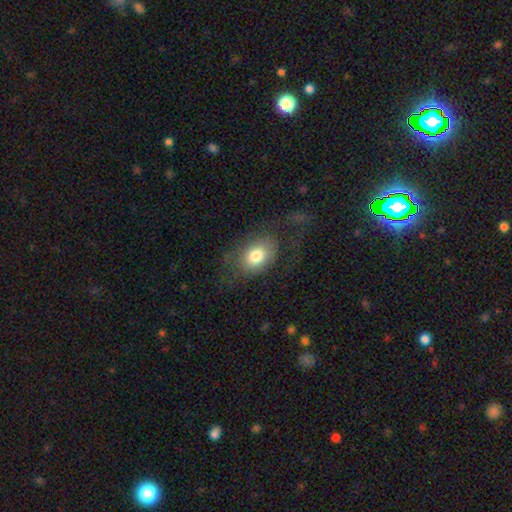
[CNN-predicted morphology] A smooth galaxy with no disk features (74%) that is in between round and cigar-shaped (70%).

Vote fractions:
- Smooth or featured? smooth: 74% / featured or disk: 17% / star or artifact: 9%
- How rounded? in between: 70% / round: 29% / cigar-shaped: 1%
- Merging? none: 51% / major disturbance: 28% / minor disturbance: 19% / merger: 2%